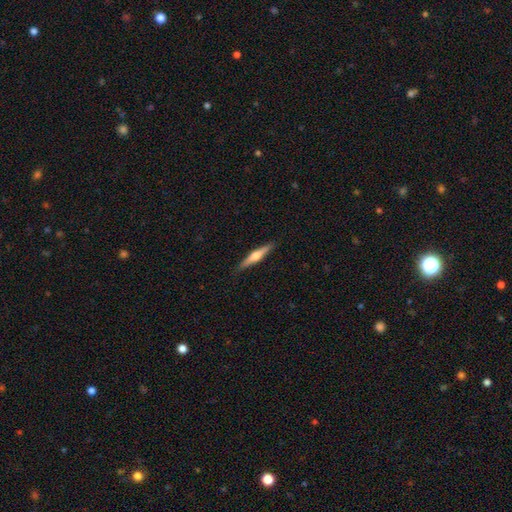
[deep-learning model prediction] smooth_or_featured: featured or disk (p=0.62) [alt: smooth p=0.33]
disk_edge_on: yes (p=0.97) [alt: no p=0.03]
edge_on_bulge: rounded (p=0.91) [alt: boxy p=0.05]
merging: none (p=0.90) [alt: minor disturbance p=0.07]